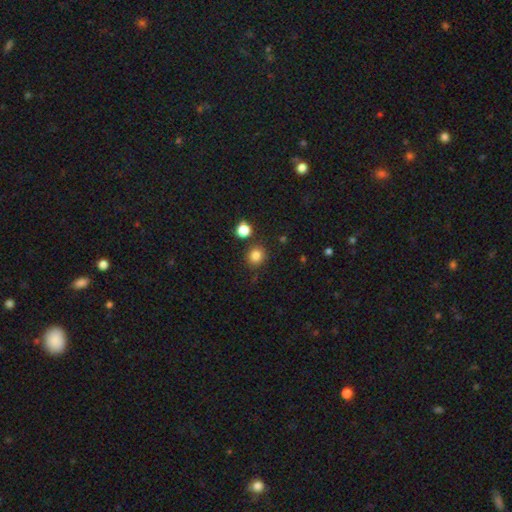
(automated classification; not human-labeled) smooth-or-featured: smooth: 83% | star or artifact: 12% | featured or disk: 4%
  how-rounded: round: 90% | in between: 9% | cigar-shaped: 1%
  merging: none: 84% | minor disturbance: 8% | merger: 5% | major disturbance: 3%